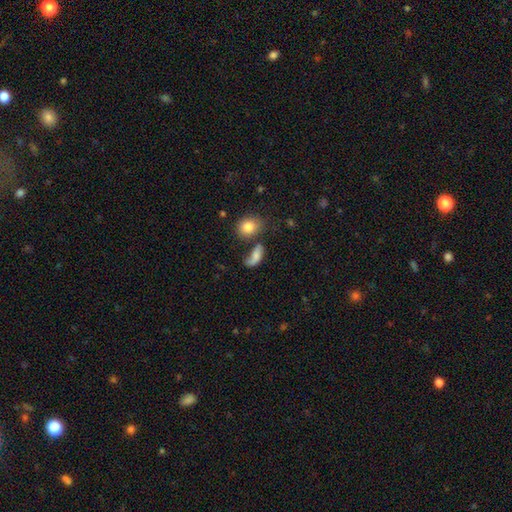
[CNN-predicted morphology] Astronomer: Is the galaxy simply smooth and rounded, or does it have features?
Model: smooth — 64%.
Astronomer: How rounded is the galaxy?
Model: in between — 78%.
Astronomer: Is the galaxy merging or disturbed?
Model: none — 36% (runner-up: minor disturbance, 23%).